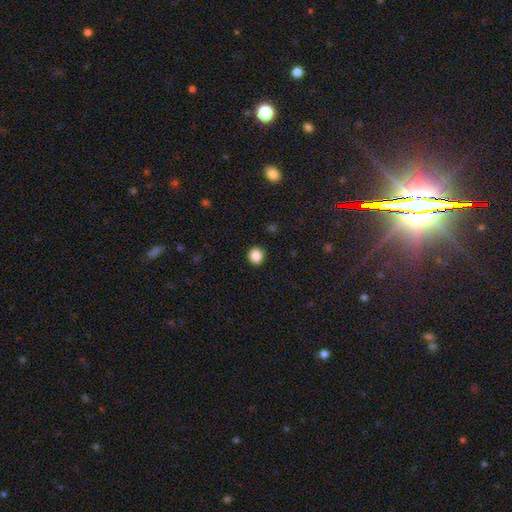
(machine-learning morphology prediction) A smooth galaxy with no disk features (87%) that is round (78%).

Vote fractions:
- Smooth or featured? smooth: 87% / star or artifact: 10% / featured or disk: 3%
- How rounded? round: 78% / in between: 21% / cigar-shaped: 1%
- Merging? none: 91% / minor disturbance: 6% / major disturbance: 2% / merger: 1%